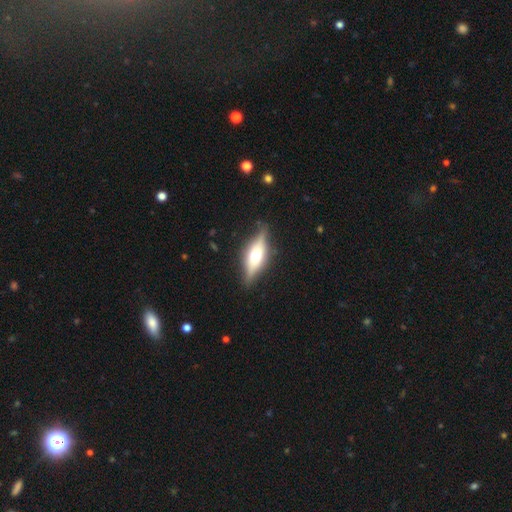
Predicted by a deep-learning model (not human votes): smooth-or-featured: featured or disk: 59% | smooth: 34% | star or artifact: 7%
  disk-edge-on: yes: 91% | no: 9%
    edge-on-bulge: rounded: 87% | boxy: 11% | none: 2%
  merging: none: 81% | minor disturbance: 14% | major disturbance: 4% | merger: 1%